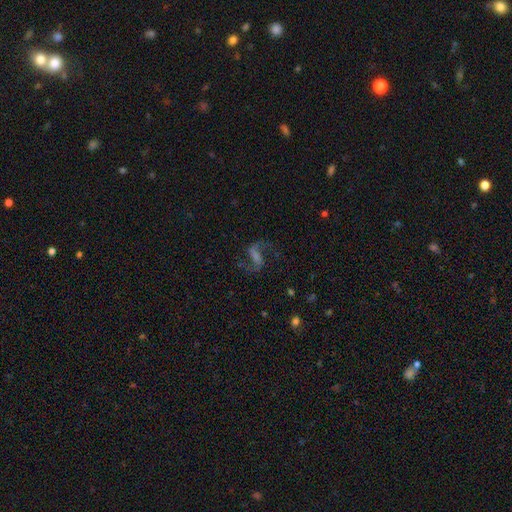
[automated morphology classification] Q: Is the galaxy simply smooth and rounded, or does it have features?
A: featured or disk — 81%.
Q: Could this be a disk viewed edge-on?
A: no — 96%.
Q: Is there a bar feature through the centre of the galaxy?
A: strong — 45%.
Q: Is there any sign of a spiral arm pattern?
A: yes — 96%.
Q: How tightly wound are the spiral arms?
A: loose — 60%.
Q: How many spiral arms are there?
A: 2 — 93%.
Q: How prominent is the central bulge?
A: none — 44%.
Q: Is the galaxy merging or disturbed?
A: none — 77%.